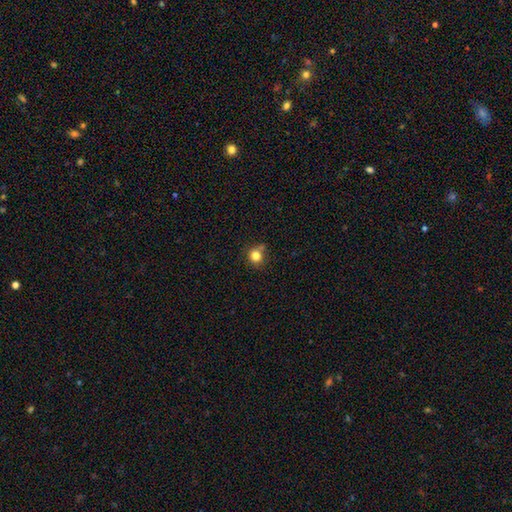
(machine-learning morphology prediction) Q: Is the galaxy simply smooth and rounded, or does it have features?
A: smooth — 82%.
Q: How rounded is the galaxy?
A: round — 85%.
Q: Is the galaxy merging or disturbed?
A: none — 70%.